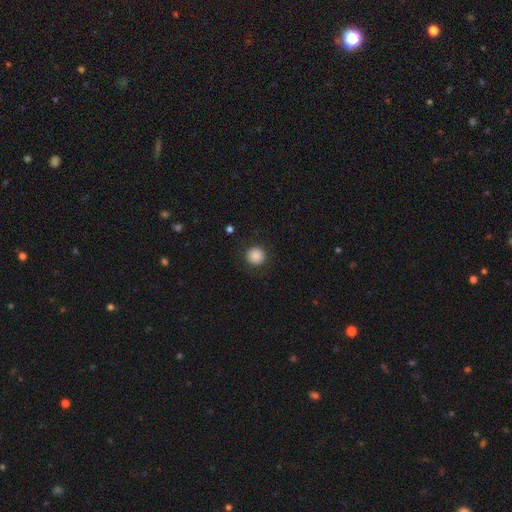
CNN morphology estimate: smooth-or-featured: smooth: 88% | star or artifact: 9% | featured or disk: 3%
  how-rounded: round: 95% | in between: 4% | cigar-shaped: 1%
  merging: none: 91% | minor disturbance: 6% | major disturbance: 3% | merger: 1%